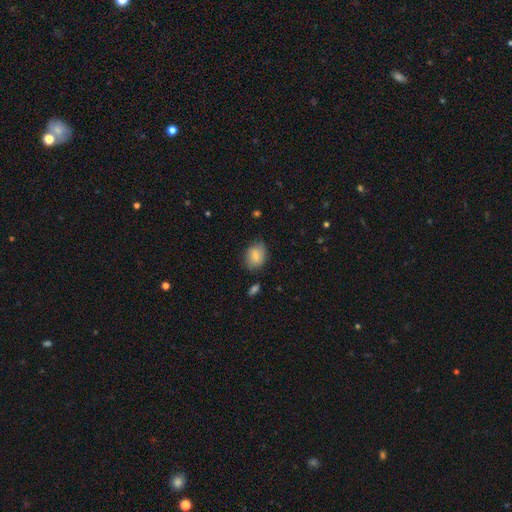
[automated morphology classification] Smooth or featured? Predicted: smooth (p=0.80). How rounded? Predicted: in between (p=0.63). Merging? Predicted: none (p=0.73).